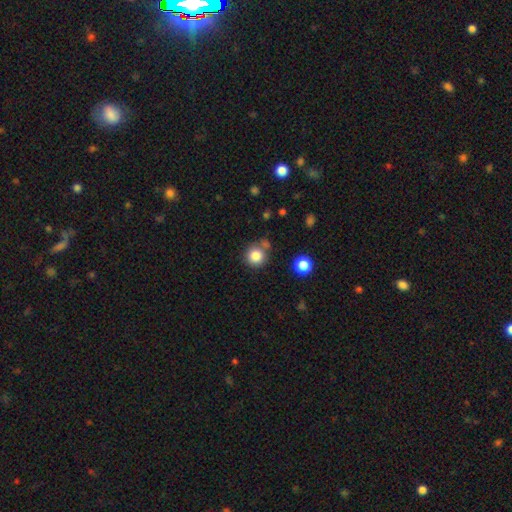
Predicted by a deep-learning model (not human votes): Overall: smooth (84%). How rounded: round (92%). Merging: none (69%).